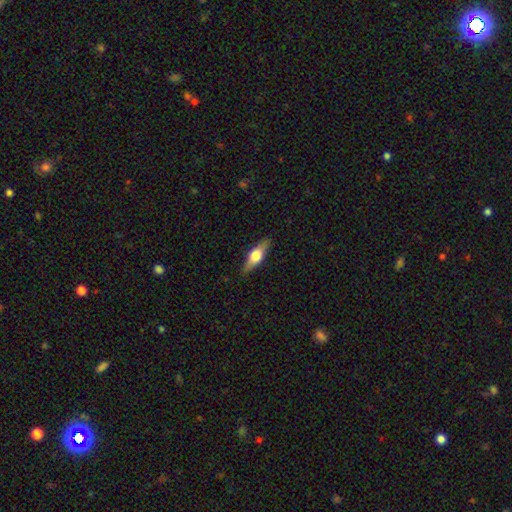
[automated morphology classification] This is possibly a featured or disk galaxy (51%). It is clearly viewed edge-on (93%). Merging: clearly none (87%).